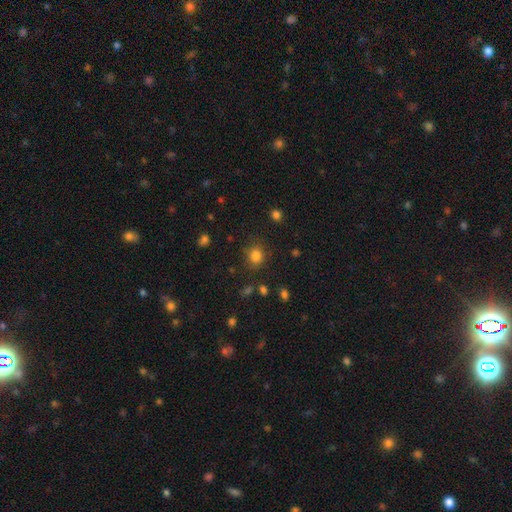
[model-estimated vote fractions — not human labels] smooth 82%, star or artifact 13%, featured or disk 5%. Down the decision tree: how rounded — round (72%); merging — none (81%).